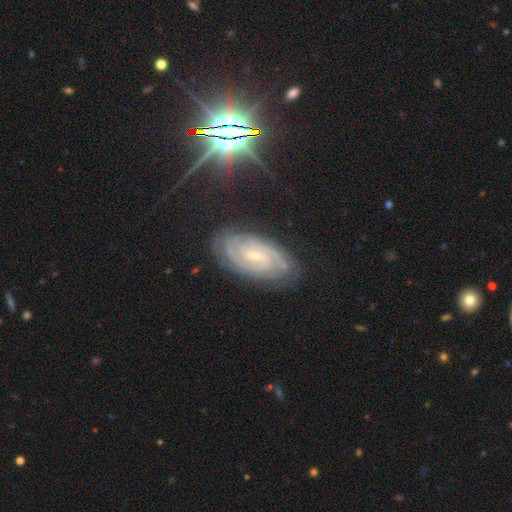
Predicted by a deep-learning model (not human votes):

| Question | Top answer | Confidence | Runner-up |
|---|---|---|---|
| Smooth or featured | featured or disk | 84% | star or artifact (9%) |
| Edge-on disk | no | 95% | yes (5%) |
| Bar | weak | 45% | no (38%) |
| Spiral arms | yes | 98% | no (2%) |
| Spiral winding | tight | 74% | medium (23%) |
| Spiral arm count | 2 | 47% | can't tell (21%) |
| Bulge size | small | 76% | moderate (19%) |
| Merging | none | 80% | minor disturbance (15%) |